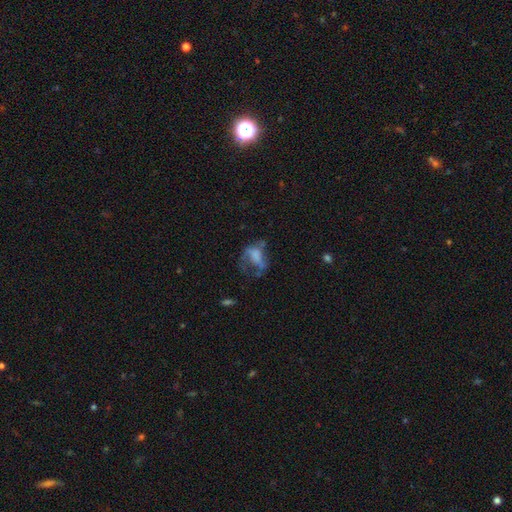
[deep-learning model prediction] Smooth or featured? Predicted: featured or disk (p=0.44). Merging? Predicted: major disturbance (p=0.49).